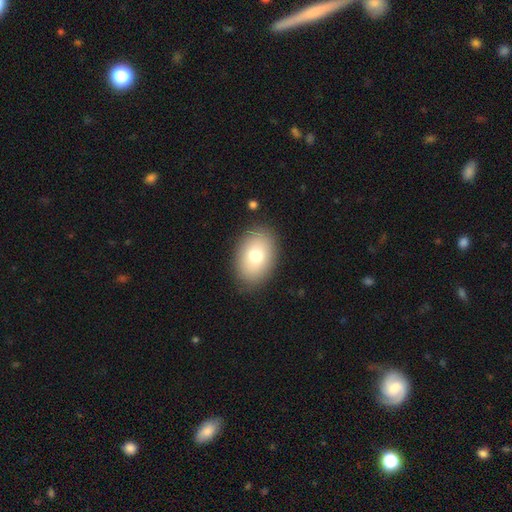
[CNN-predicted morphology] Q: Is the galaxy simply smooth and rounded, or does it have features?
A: smooth — 76%.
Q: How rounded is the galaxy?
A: in between — 82%.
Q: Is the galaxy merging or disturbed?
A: none — 87%.